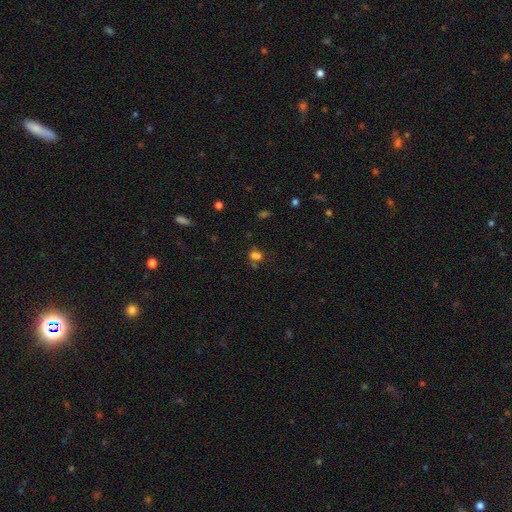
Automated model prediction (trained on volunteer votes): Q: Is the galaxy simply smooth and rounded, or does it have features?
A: smooth — 67%.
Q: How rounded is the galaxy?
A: round — 51%.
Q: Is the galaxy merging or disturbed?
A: none — 53%.